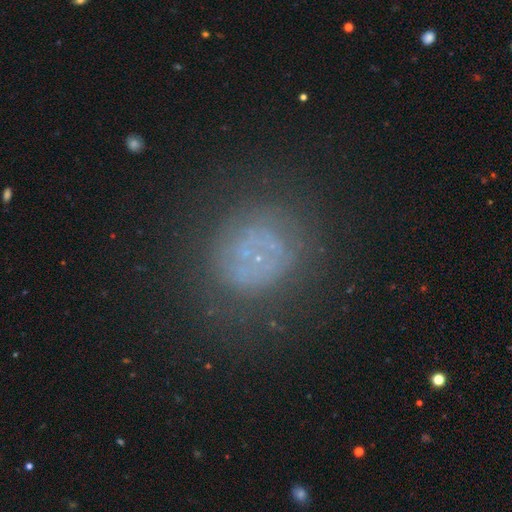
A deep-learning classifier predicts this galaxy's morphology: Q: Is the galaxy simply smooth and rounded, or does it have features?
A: featured or disk — 41%.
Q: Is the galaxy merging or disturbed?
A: none — 71%.